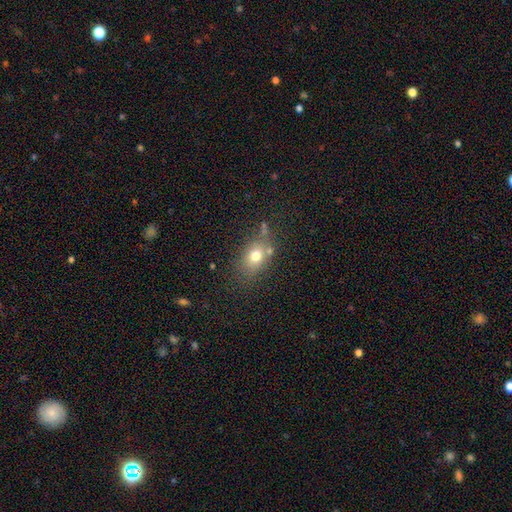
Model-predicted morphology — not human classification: A smooth galaxy with no disk features (72%) that is in between round and cigar-shaped (67%). Merging: none (65%).